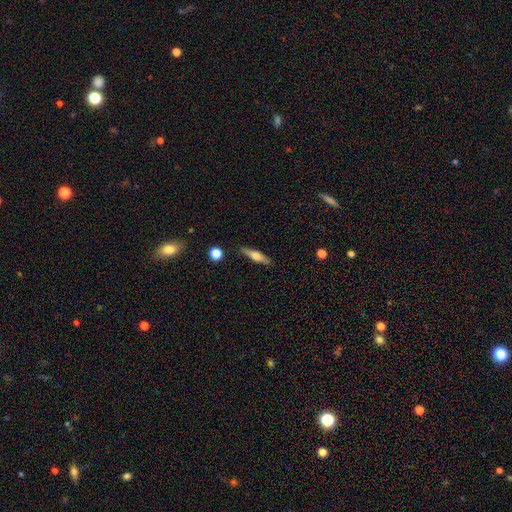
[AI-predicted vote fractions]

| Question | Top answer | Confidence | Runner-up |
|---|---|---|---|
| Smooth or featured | featured or disk | 51% | smooth (42%) |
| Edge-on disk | yes | 96% | no (4%) |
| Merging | none | 88% | minor disturbance (8%) |